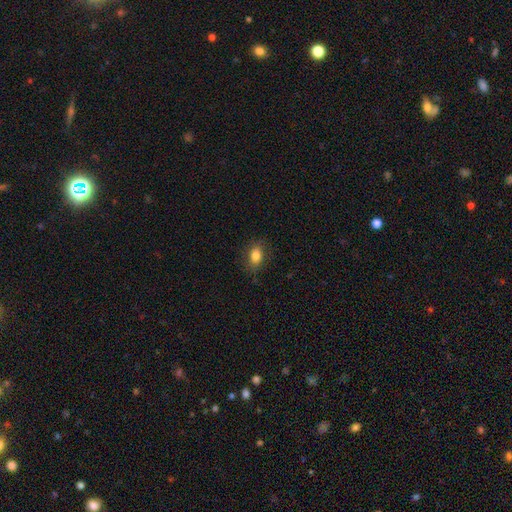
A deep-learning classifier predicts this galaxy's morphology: This appears to be a smooth galaxy with no disk features (83%) that is in between round and cigar-shaped (76%). Merging: none (82%).